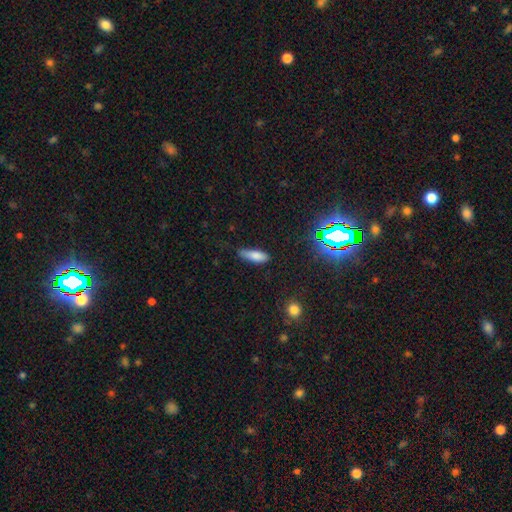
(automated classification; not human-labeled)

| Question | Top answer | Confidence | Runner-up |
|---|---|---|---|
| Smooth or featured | smooth | 77% | star or artifact (11%) |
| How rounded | in between | 57% | cigar-shaped (40%) |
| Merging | none | 66% | minor disturbance (27%) |